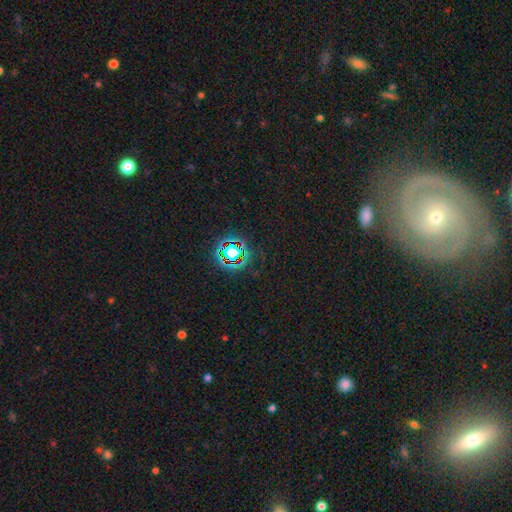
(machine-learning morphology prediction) The model was most divided on "smooth or featured": star or artifact: 54%, featured or disk: 31%, smooth: 15%.